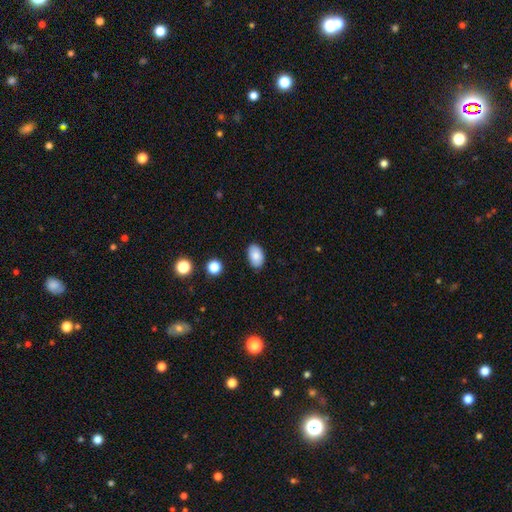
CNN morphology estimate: smooth-or-featured: smooth: 85% | star or artifact: 8% | featured or disk: 7%
  how-rounded: in between: 91% | round: 8% | cigar-shaped: 1%
  merging: none: 85% | minor disturbance: 12% | major disturbance: 2% | merger: 1%